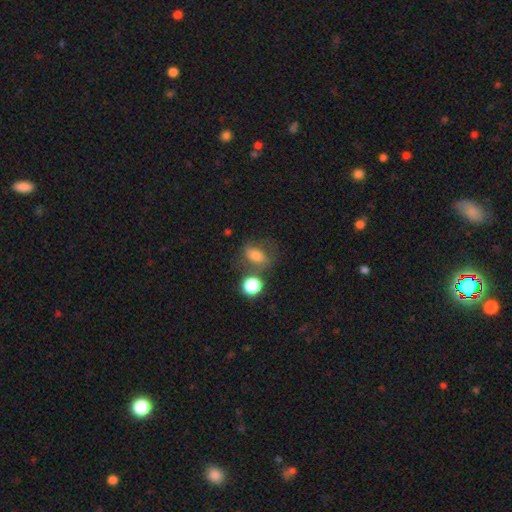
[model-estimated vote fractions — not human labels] Smooth or featured?
  - smooth: 69% *
  - featured or disk: 18%
  - star or artifact: 13%
How rounded?
  - in between: 71% *
  - round: 26%
  - cigar-shaped: 3%
Merging?
  - none: 52% *
  - minor disturbance: 20%
  - merger: 16%
  - major disturbance: 12%